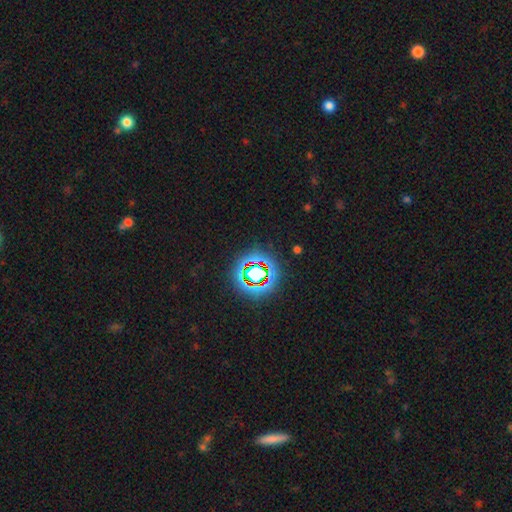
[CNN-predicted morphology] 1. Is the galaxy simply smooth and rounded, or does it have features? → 73% star or artifact, 16% smooth, 11% featured or disk.